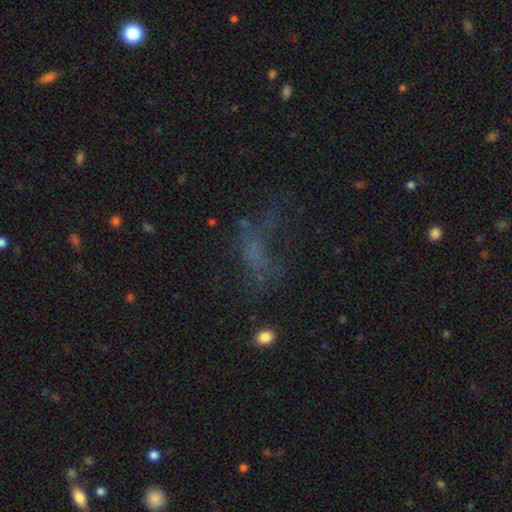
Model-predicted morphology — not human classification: The model was most divided on "merging" (2-way tie): none: 39%, major disturbance: 39%, minor disturbance: 17%, merger: 5%. Remaining: smooth or featured — smooth (39%).